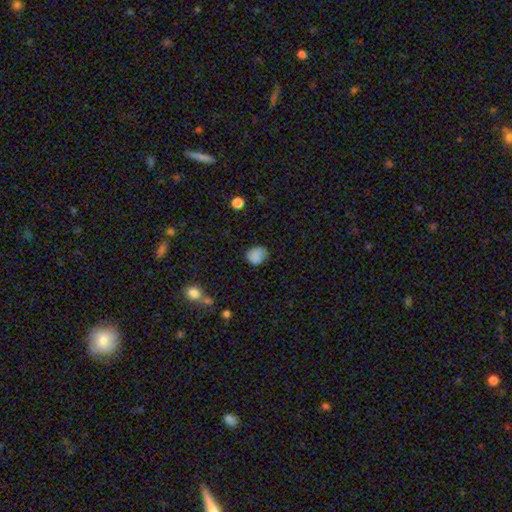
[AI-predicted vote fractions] Smooth or featured: smooth — 82% (star or artifact — 10%)
How rounded: round — 61% (in between — 38%)
Merging: none — 70% (minor disturbance — 23%)